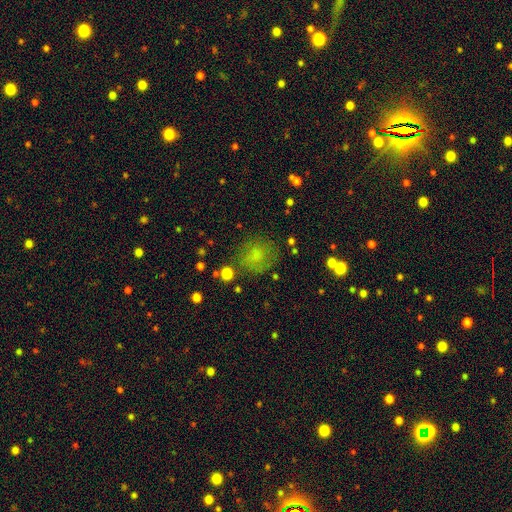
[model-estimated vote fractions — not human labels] This appears to be a smooth galaxy with no disk features (70%) that is round (75%). Merging: none (69%).